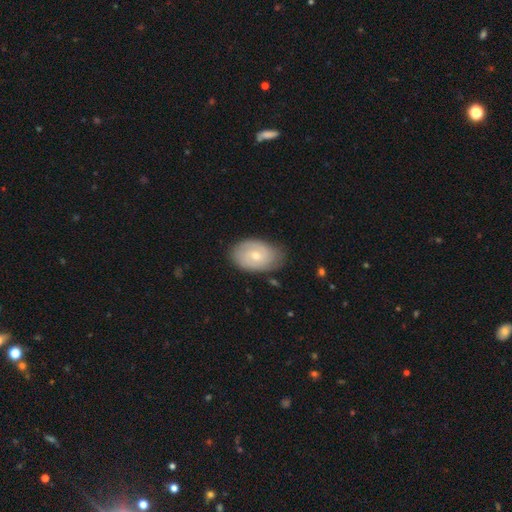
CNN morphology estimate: smooth_or_featured: featured or disk (p=0.60) [alt: smooth p=0.34]
disk_edge_on: no (p=0.95) [alt: yes p=0.05]
bar: no (p=0.67) [alt: weak p=0.30]
has_spiral_arms: yes (p=0.82) [alt: no p=0.18]
bulge_size: small (p=0.49) [alt: moderate p=0.47]
merging: none (p=0.75) [alt: minor disturbance p=0.20]